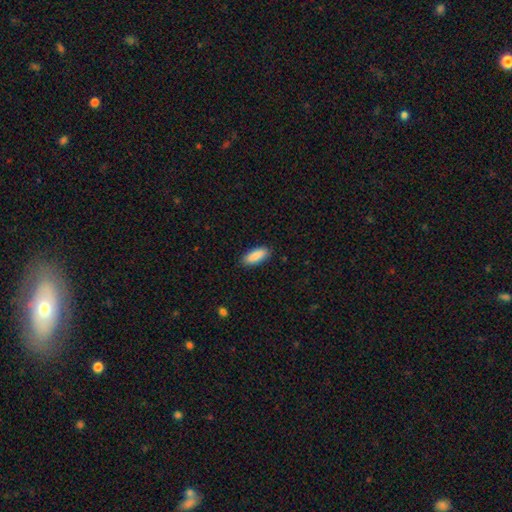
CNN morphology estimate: Overall: smooth (90%). How rounded: in between (78%). Merging: none (88%).